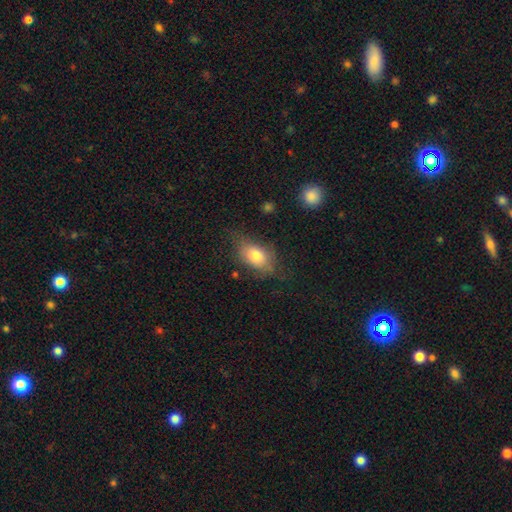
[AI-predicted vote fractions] Smooth or featured? smooth (76%)
How rounded? in between (86%)
Merging? none (60%)